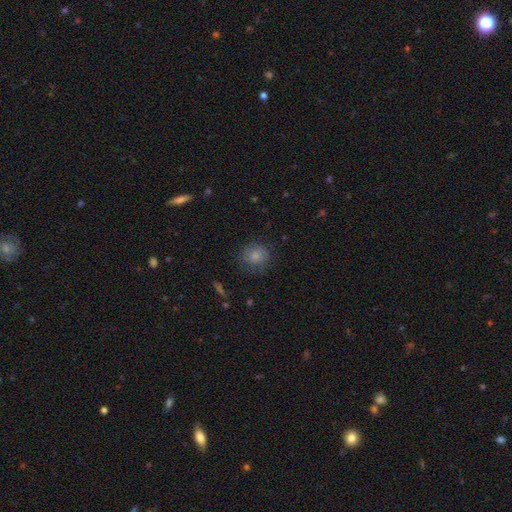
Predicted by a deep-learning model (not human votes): This appears to be a smooth galaxy with no disk features (82%) that is round (89%). Merging: none (77%).